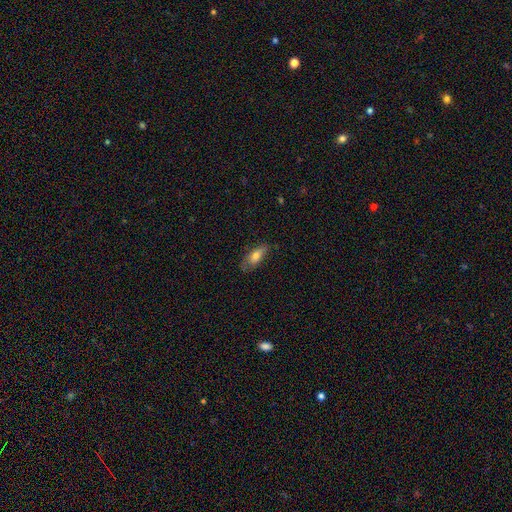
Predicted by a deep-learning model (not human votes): smooth_or_featured: smooth (p=0.72) [alt: featured or disk p=0.21]
how_rounded: in between (p=0.75) [alt: cigar-shaped p=0.22]
merging: none (p=0.66) [alt: minor disturbance p=0.26]